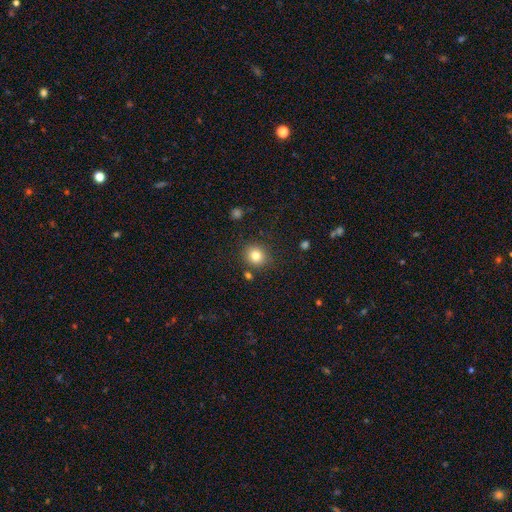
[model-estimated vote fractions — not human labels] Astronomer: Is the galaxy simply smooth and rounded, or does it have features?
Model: smooth — 82%.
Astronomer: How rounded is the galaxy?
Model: round — 83%.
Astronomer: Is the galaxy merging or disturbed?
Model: none — 84%.